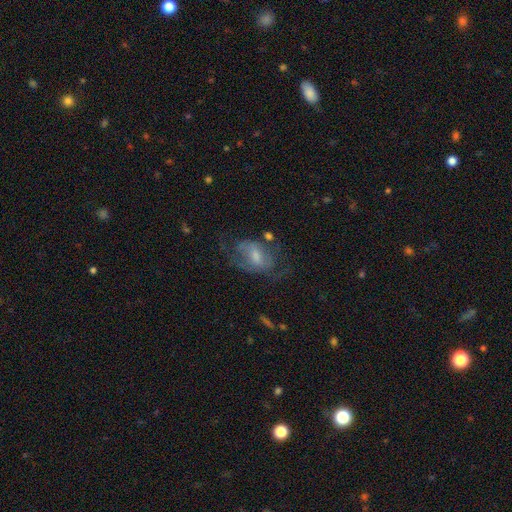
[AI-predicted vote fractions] Overall: featured or disk (57%; smooth 34%). Edge-on disk: no (96%). Bar: weak (48%; no 37%). Spiral arms: yes (65%; no 35%). Bulge size: moderate (43%; small 37%). Merging: none (42%; major disturbance 31%).